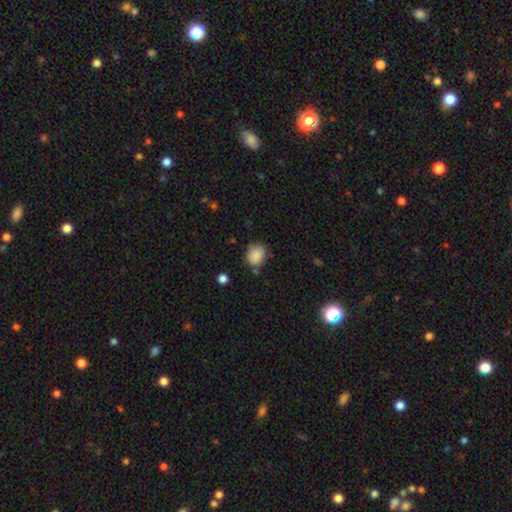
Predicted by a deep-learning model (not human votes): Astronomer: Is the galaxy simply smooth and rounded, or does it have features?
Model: smooth — 86%.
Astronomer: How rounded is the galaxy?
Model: round — 57% (runner-up: in between, 42%).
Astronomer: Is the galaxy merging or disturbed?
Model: none — 68%.